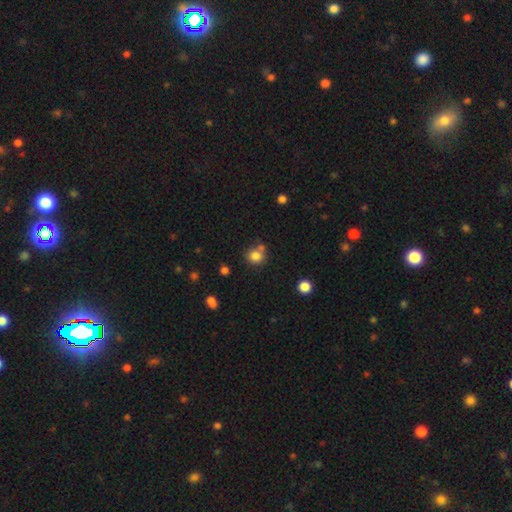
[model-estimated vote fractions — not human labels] This is clearly a smooth galaxy (81%). How rounded: clearly round (84%). Merging: likely none (64%).